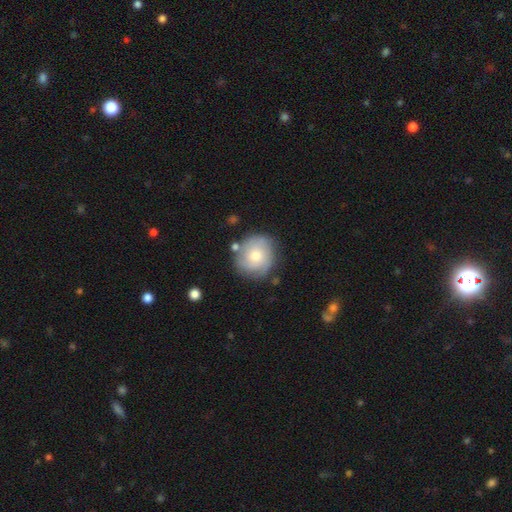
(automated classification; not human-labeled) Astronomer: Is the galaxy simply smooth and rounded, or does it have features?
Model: smooth — 47% (runner-up: featured or disk, 46%).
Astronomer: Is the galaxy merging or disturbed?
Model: none — 75%.